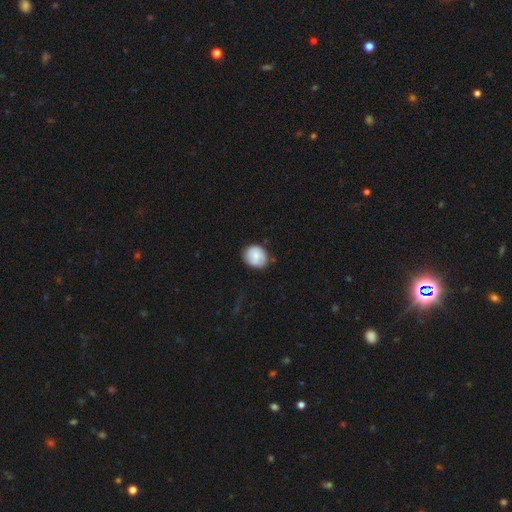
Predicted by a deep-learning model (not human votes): Overall: smooth (77%). How rounded: round (72%). Merging: none (71%).